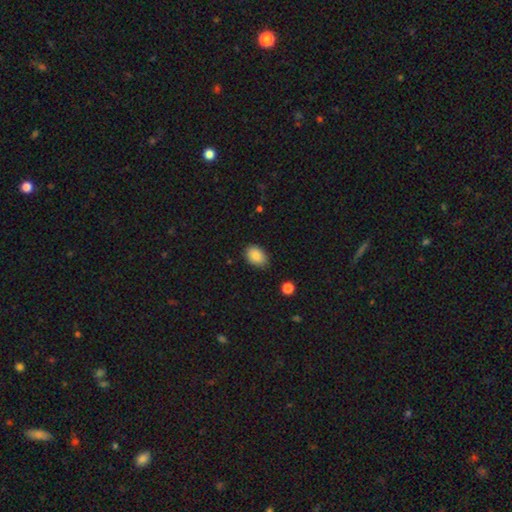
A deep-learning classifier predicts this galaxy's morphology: Q: Smooth or featured?
A: smooth (86%); runner-up: star or artifact (8%)
Q: How rounded?
A: in between (81%); runner-up: round (18%)
Q: Merging?
A: none (77%); runner-up: minor disturbance (19%)